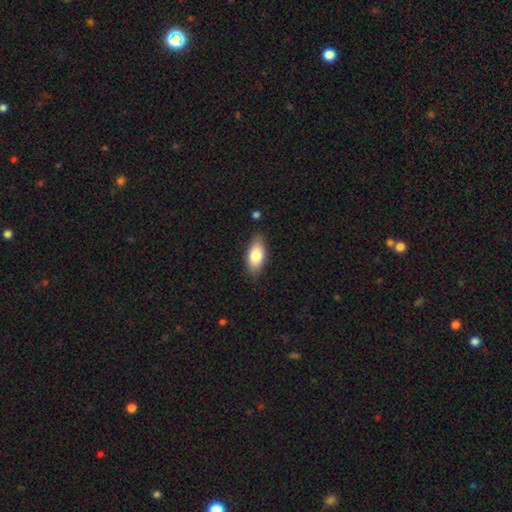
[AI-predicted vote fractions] A smooth galaxy with no disk features (80%) that is in between round and cigar-shaped (88%). Merging: none (82%).